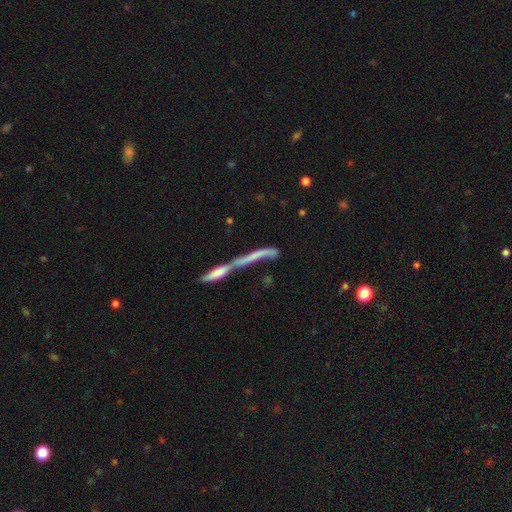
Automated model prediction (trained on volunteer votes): smooth_or_featured: smooth (p=0.45) [alt: featured or disk p=0.44]
merging: merger (p=0.72) [alt: none p=0.14]